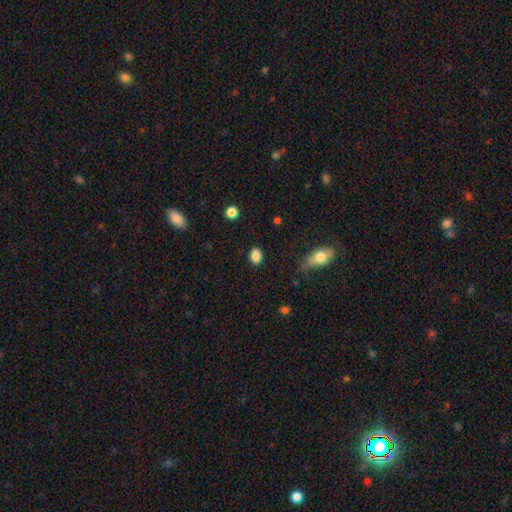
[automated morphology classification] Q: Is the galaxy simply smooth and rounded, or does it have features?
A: smooth — 86%.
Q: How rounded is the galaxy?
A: in between — 73%.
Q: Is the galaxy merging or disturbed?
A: none — 86%.